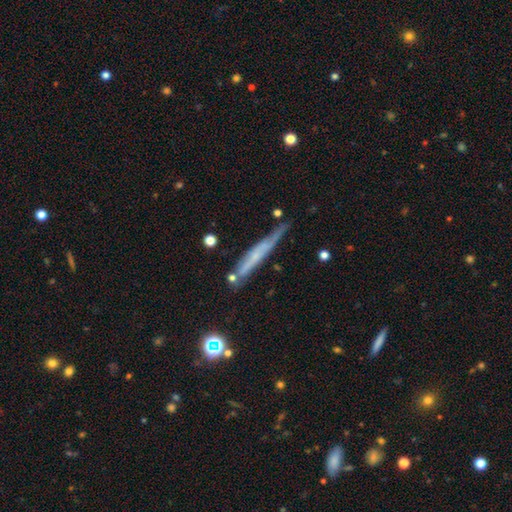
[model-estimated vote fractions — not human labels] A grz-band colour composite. It shows a featured or disk galaxy (51%) viewed edge-on (89%). Merging: none (64%).